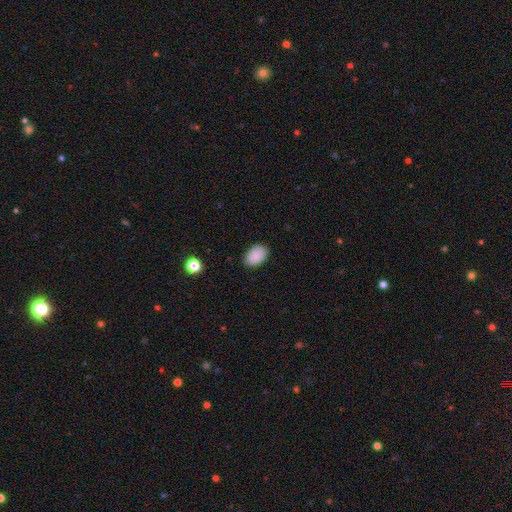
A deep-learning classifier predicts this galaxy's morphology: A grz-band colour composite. It shows a smooth galaxy with no disk features (89%) that is in between round and cigar-shaped (88%). Merging: none (87%).